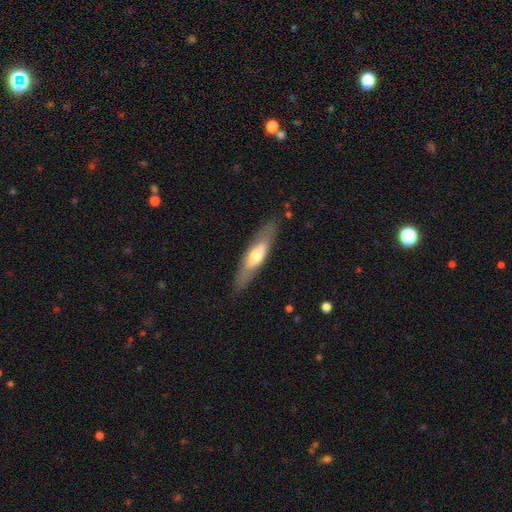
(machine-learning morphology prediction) A smooth galaxy with no disk features (48%). Merging: none (82%).